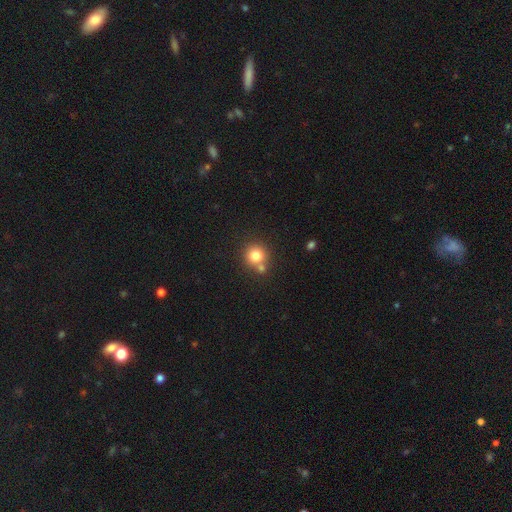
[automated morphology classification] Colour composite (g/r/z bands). It shows a smooth galaxy with no disk features (79%) that is round (91%). Merging: none (63%).